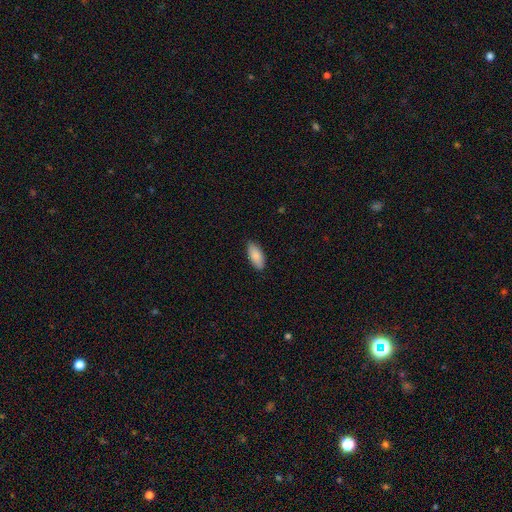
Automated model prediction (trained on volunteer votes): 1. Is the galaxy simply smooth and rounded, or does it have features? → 87% smooth, 7% featured or disk, 6% star or artifact.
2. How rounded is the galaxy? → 88% in between, 10% cigar-shaped, 2% round.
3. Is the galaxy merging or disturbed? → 86% none, 11% minor disturbance, 2% major disturbance, 1% merger.